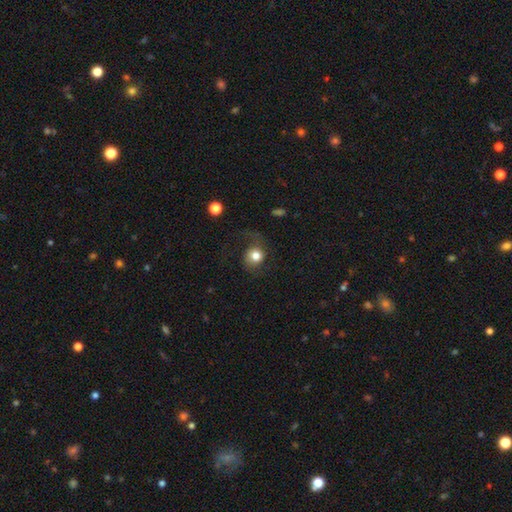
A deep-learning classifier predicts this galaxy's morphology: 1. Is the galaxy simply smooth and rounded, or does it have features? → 68% smooth, 22% featured or disk, 10% star or artifact.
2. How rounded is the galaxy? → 79% round, 20% in between, 1% cigar-shaped.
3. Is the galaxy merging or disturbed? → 54% none, 25% major disturbance, 18% minor disturbance, 2% merger.